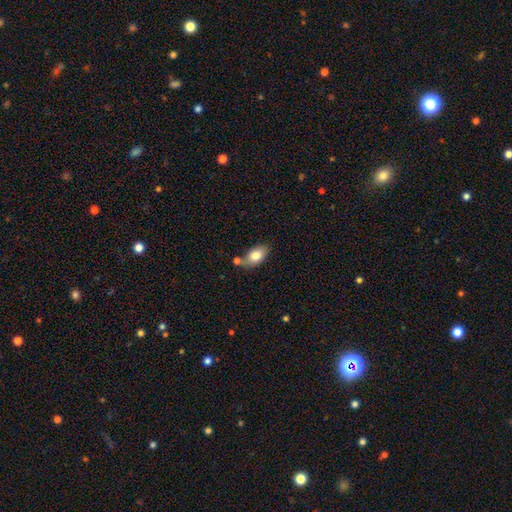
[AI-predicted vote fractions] A smooth galaxy with no disk features (78%) that is in between round and cigar-shaped (90%).

Vote fractions:
- Smooth or featured? smooth: 78% / featured or disk: 14% / star or artifact: 7%
- How rounded? in between: 90% / round: 7% / cigar-shaped: 3%
- Merging? none: 57% / merger: 19% / minor disturbance: 18% / major disturbance: 5%